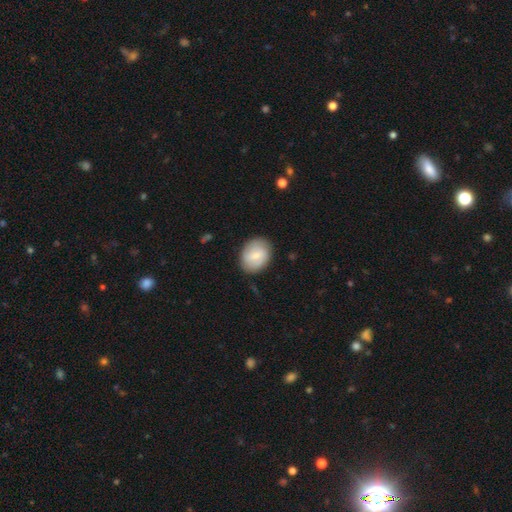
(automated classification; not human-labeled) smooth 63%, featured or disk 31%, star or artifact 6%. Down the decision tree: how rounded — in between (56%); merging — none (83%).